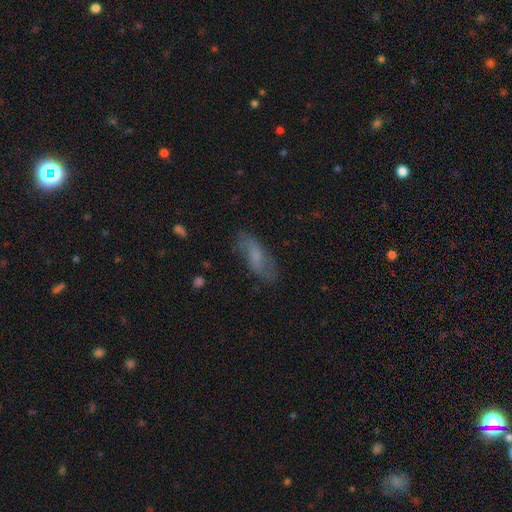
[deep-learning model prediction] smooth 51%, featured or disk 40%, star or artifact 9%. Down the decision tree: how rounded — in between (66%); merging — none (74%).